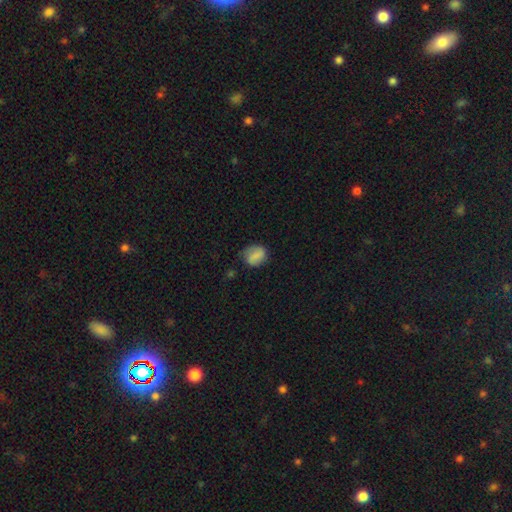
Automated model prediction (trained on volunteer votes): A smooth galaxy with no disk features (66%) that is in between round and cigar-shaped (49%, tied with round). Merging: none (62%).